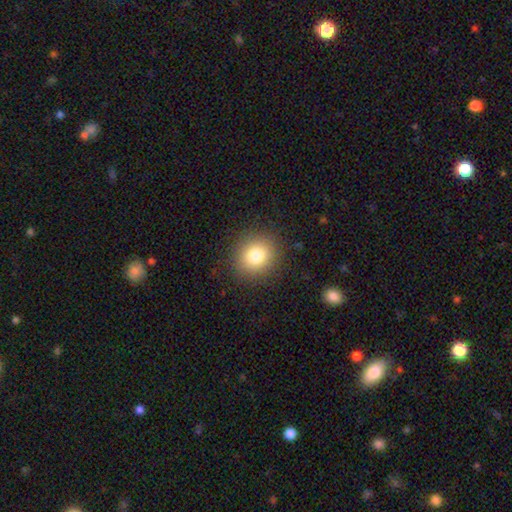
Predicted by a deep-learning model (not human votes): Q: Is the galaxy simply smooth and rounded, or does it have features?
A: smooth — 81%.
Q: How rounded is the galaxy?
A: round — 82%.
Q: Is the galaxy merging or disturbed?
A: none — 88%.